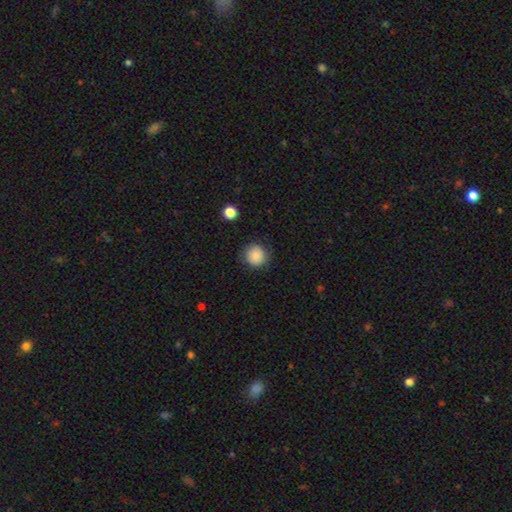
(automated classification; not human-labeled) Smooth or featured?
  - smooth: 87% *
  - star or artifact: 9%
  - featured or disk: 5%
How rounded?
  - round: 91% *
  - in between: 8%
  - cigar-shaped: 1%
Merging?
  - none: 84% *
  - minor disturbance: 11%
  - major disturbance: 3%
  - merger: 1%